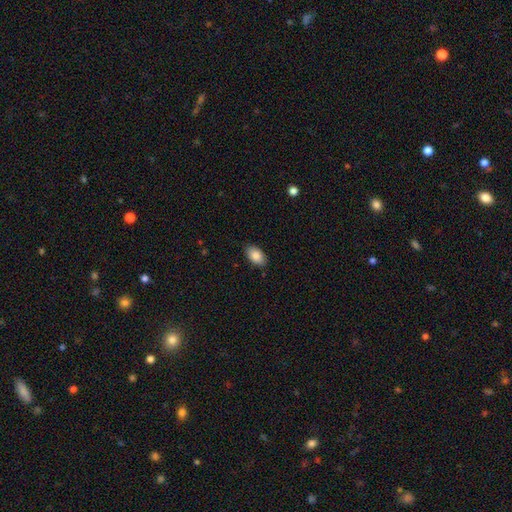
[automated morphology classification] smooth 87%, star or artifact 7%, featured or disk 6%. Down the decision tree: how rounded — in between (94%); merging — none (86%).